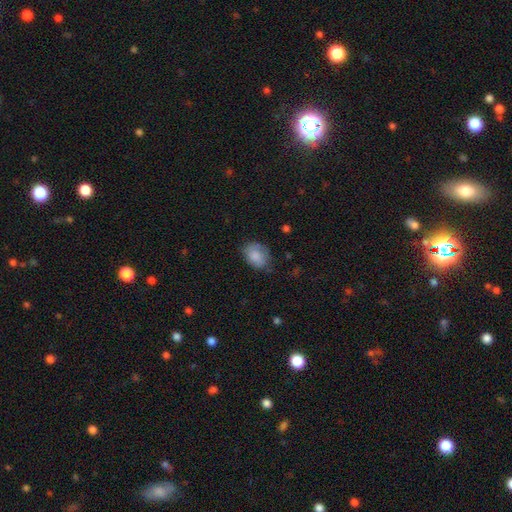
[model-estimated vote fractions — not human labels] This is clearly a smooth galaxy (82%). How rounded: likely in between (72%). Merging: likely none (69%).